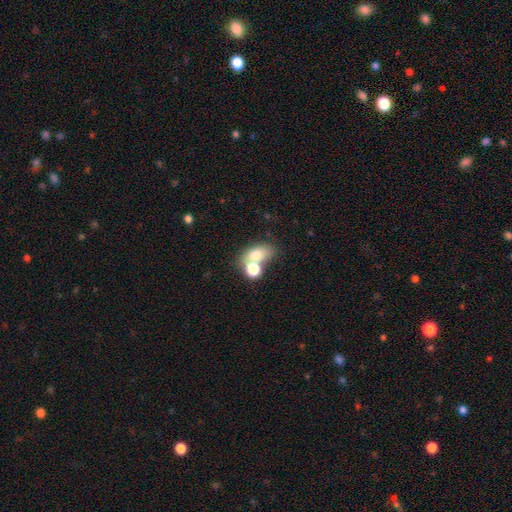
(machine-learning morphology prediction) Smooth or featured?
  - smooth: 70% *
  - featured or disk: 17%
  - star or artifact: 13%
How rounded?
  - in between: 72% *
  - round: 26%
  - cigar-shaped: 2%
Merging?
  - none: 43% *
  - merger: 41%
  - minor disturbance: 11%
  - major disturbance: 6%